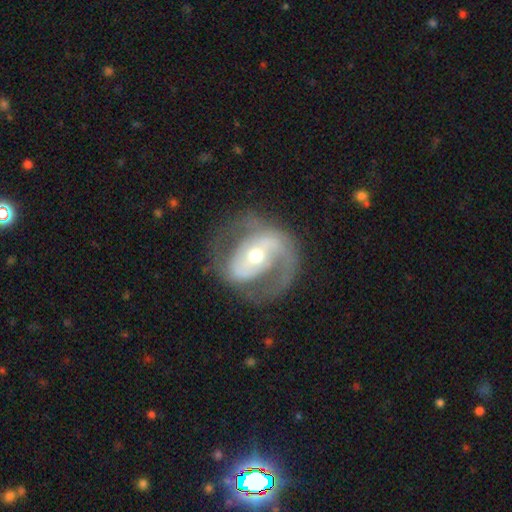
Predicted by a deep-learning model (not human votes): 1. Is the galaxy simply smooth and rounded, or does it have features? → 83% featured or disk, 12% smooth, 5% star or artifact.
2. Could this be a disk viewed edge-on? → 96% no, 4% yes.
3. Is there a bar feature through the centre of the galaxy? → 35% no, 34% weak, 31% strong.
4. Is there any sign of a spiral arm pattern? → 86% yes, 14% no.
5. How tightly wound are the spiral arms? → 48% medium, 27% tight, 26% loose.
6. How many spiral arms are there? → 70% 2, 19% 1, 8% can't tell, 2% 3, 1% 4, 1% more than 4.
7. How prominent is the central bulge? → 57% moderate, 37% small, 4% large, 1% dominant, 1% none.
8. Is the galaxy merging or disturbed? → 59% none, 20% major disturbance, 19% minor disturbance, 2% merger.